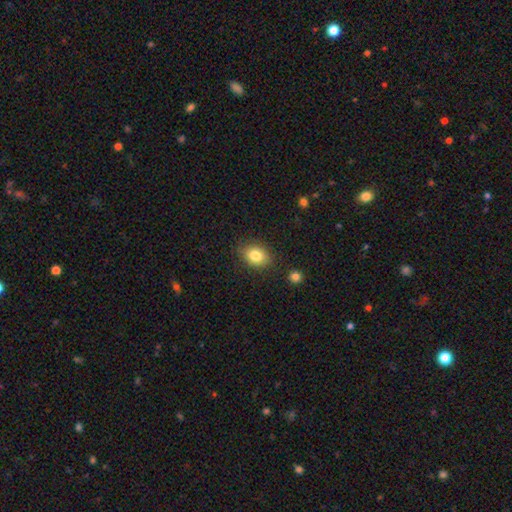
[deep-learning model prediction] This is clearly a smooth galaxy (83%). How rounded: likely in between (64%). Merging: clearly none (84%).